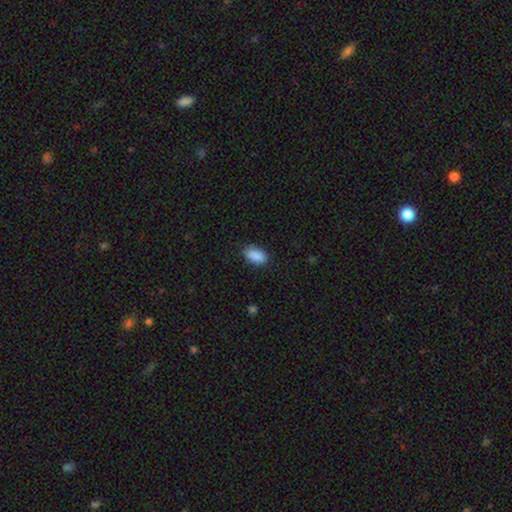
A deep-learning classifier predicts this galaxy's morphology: Smooth or featured: smooth — 90% (star or artifact — 7%)
How rounded: in between — 92% (round — 4%)
Merging: none — 86% (minor disturbance — 11%)